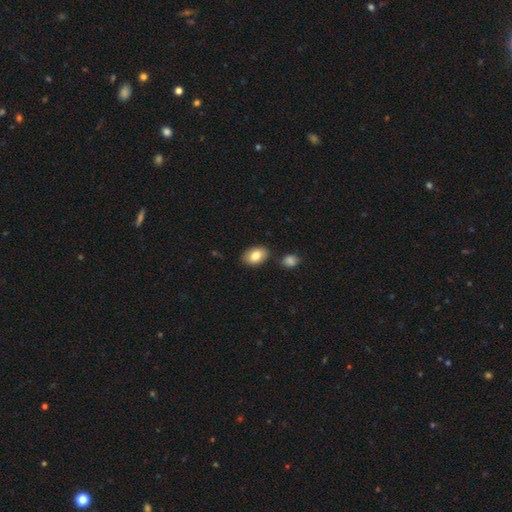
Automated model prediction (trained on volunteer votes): Smooth or featured: smooth — 82% (featured or disk — 11%)
How rounded: in between — 89% (round — 10%)
Merging: none — 83% (minor disturbance — 11%)